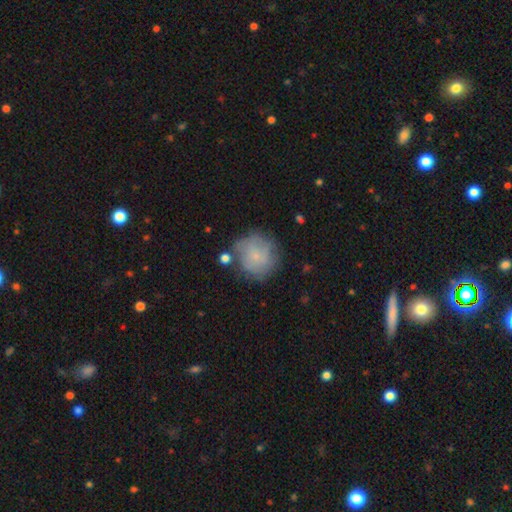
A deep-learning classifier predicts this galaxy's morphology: smooth_or_featured: smooth (p=0.62) [alt: featured or disk p=0.30]
how_rounded: round (p=0.90) [alt: in between p=0.09]
merging: none (p=0.64) [alt: minor disturbance p=0.21]